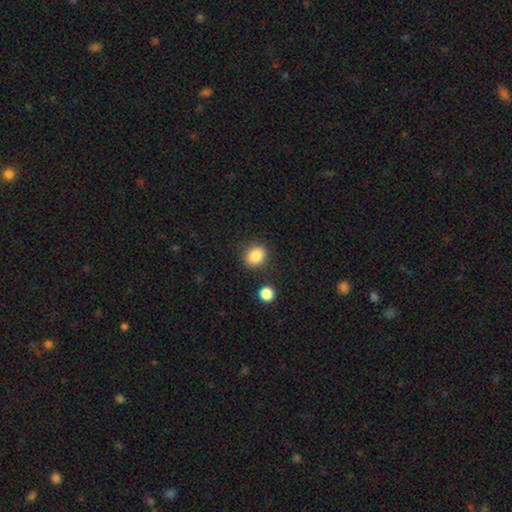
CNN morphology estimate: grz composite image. It shows a smooth galaxy with no disk features (86%) that is round (55%). Merging: none (84%).